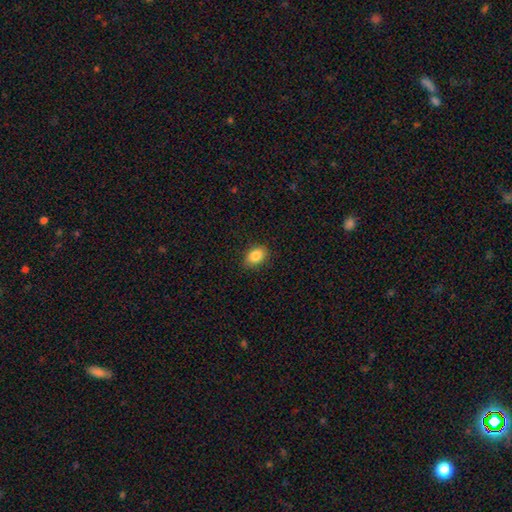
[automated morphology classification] A smooth galaxy with no disk features (86%) that is in between round and cigar-shaped (81%).

Vote fractions:
- Smooth or featured? smooth: 86% / star or artifact: 8% / featured or disk: 6%
- How rounded? in between: 81% / round: 17% / cigar-shaped: 1%
- Merging? none: 84% / minor disturbance: 12% / major disturbance: 2% / merger: 1%